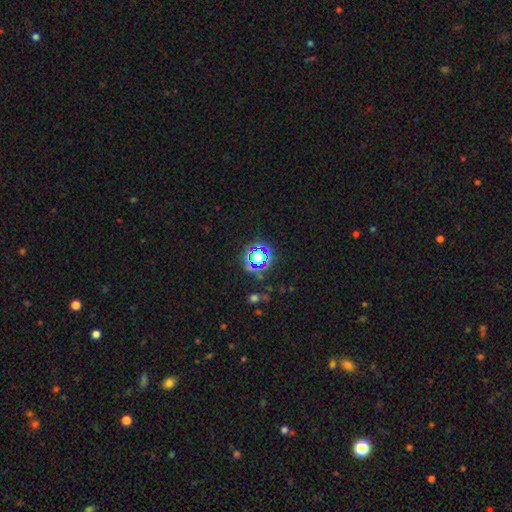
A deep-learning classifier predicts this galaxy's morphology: smooth_or_featured: star or artifact (p=0.73) [alt: smooth p=0.18]